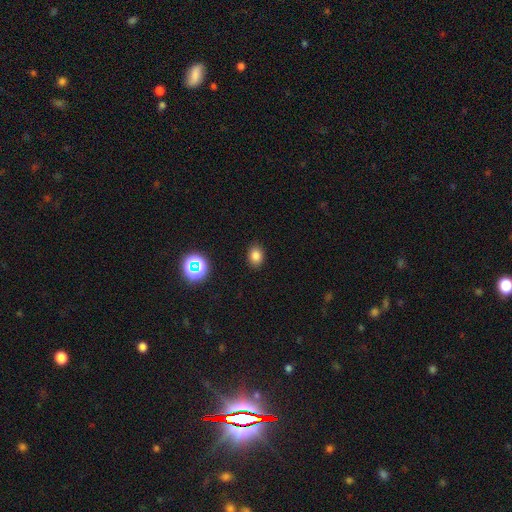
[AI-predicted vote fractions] Smooth or featured? smooth (80%)
How rounded? in between (66%)
Merging? none (88%)